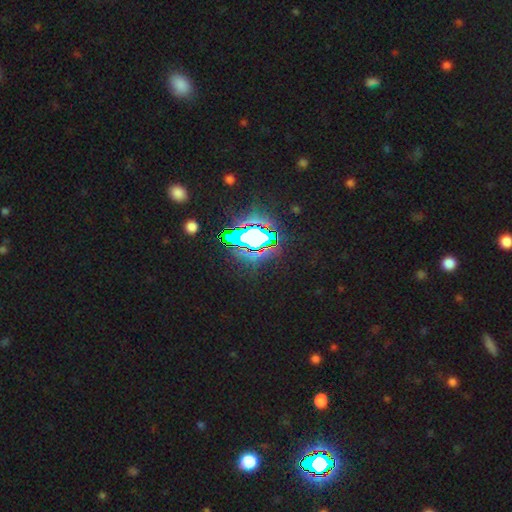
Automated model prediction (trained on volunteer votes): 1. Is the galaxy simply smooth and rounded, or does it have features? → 83% star or artifact, 10% smooth, 7% featured or disk.